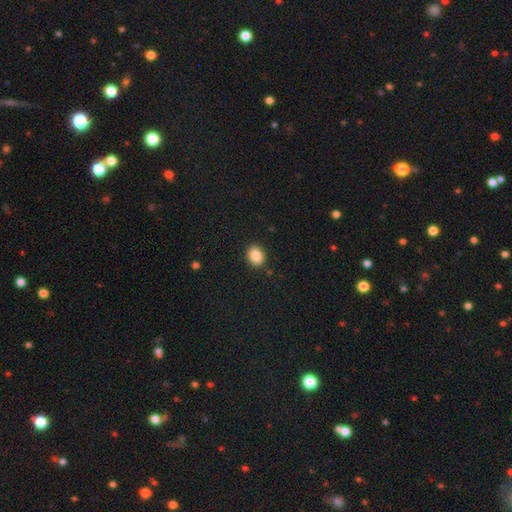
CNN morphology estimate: Smooth or featured: smooth — 86% (star or artifact — 9%)
How rounded: in between — 51% (round — 48%)
Merging: none — 90% (minor disturbance — 7%)